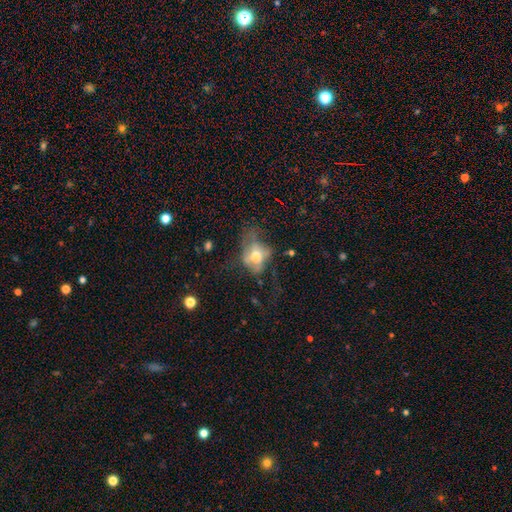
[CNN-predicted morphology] Smooth or featured?
  - smooth: 44% * (tied)
  - featured or disk: 44% * (tied)
  - star or artifact: 11%
Merging?
  - major disturbance: 47% *
  - none: 28%
  - minor disturbance: 21%
  - merger: 4%